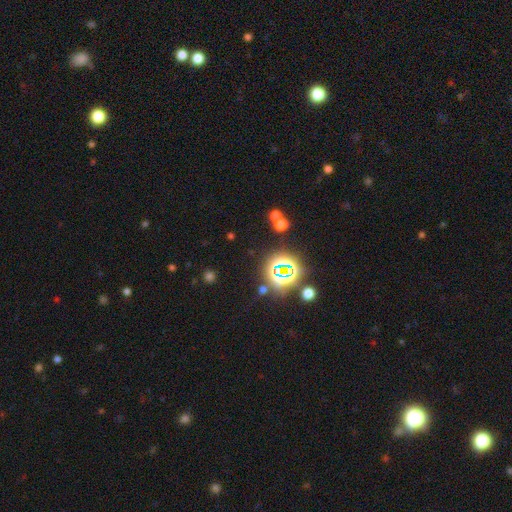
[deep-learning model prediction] star or artifact 82%, smooth 11%, featured or disk 7%.